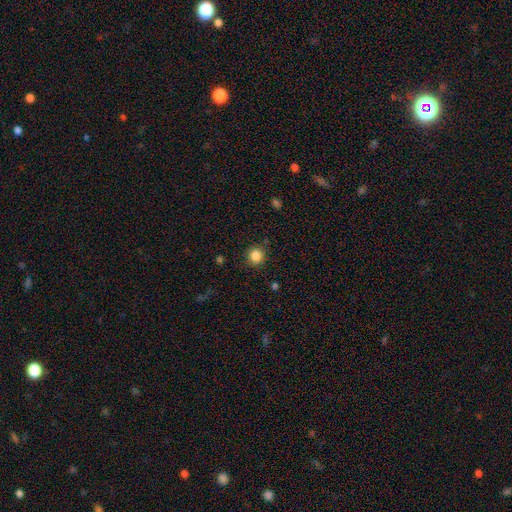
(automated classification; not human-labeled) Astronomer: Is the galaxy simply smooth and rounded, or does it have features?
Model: smooth — 85%.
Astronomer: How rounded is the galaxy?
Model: round — 91%.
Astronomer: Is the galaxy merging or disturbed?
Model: none — 89%.